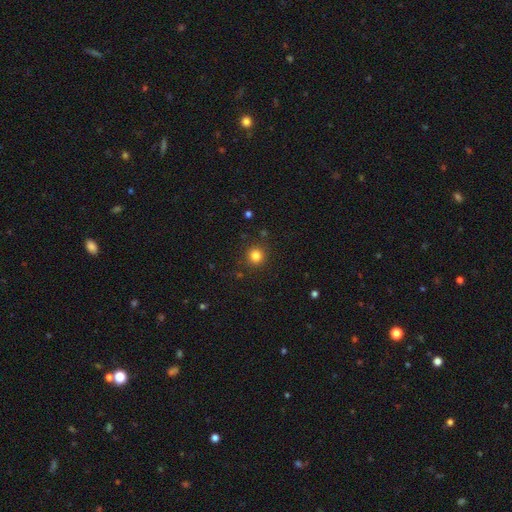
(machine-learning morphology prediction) smooth-or-featured: smooth: 82% | star or artifact: 13% | featured or disk: 5%
  how-rounded: round: 93% | in between: 6% | cigar-shaped: 1%
  merging: none: 89% | minor disturbance: 7% | major disturbance: 2% | merger: 2%